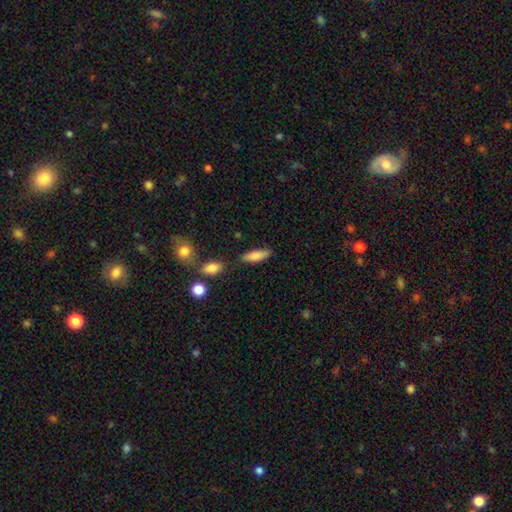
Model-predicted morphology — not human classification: Overall: smooth (84%). How rounded: in between (51%; cigar-shaped 46%). Merging: none (73%).